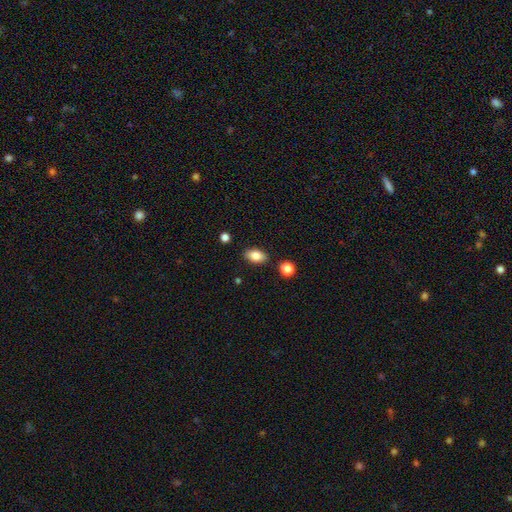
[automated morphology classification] smooth 83%, featured or disk 9%, star or artifact 8%. Down the decision tree: how rounded — in between (90%); merging — none (85%).